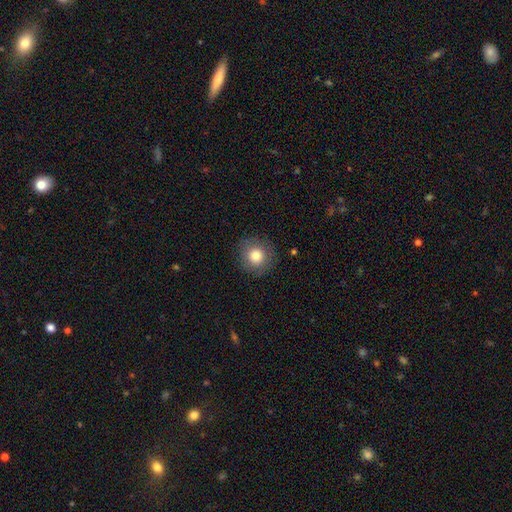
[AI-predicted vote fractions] Morphology: type=smooth (81%); roundness=round (93%); merging=none (87%).